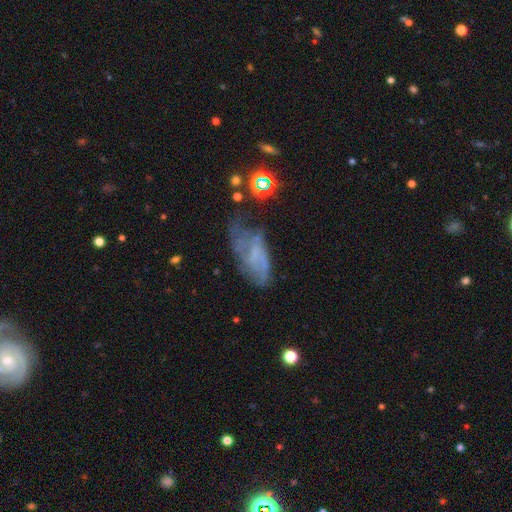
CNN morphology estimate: Smooth or featured: featured or disk — 57% (smooth — 30%)
Edge-on disk: no — 93% (yes — 7%)
Bar: no — 63% (weak — 29%)
Spiral arms: yes — 65% (no — 35%)
Bulge size: none — 64% (small — 22%)
Merging: none — 38% (minor disturbance — 29%)